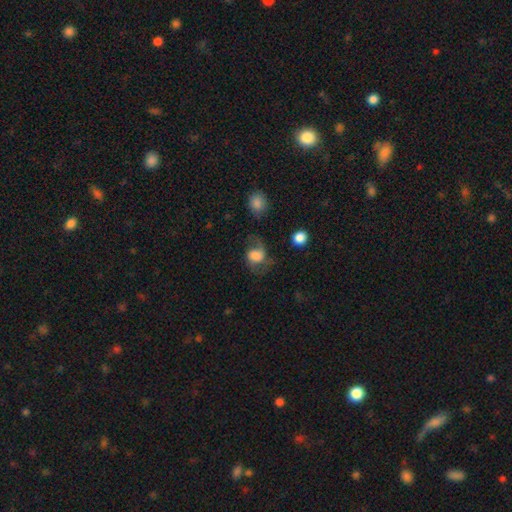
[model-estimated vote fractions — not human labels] Smooth or featured? Predicted: featured or disk (p=0.47). Merging? Predicted: none (p=0.45).